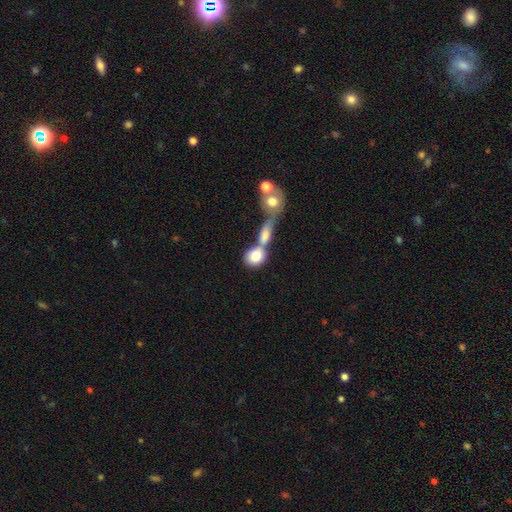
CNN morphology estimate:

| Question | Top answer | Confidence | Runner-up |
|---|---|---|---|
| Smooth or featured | smooth | 80% | featured or disk (13%) |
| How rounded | round | 58% | in between (38%) |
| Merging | merger | 59% | none (28%) |